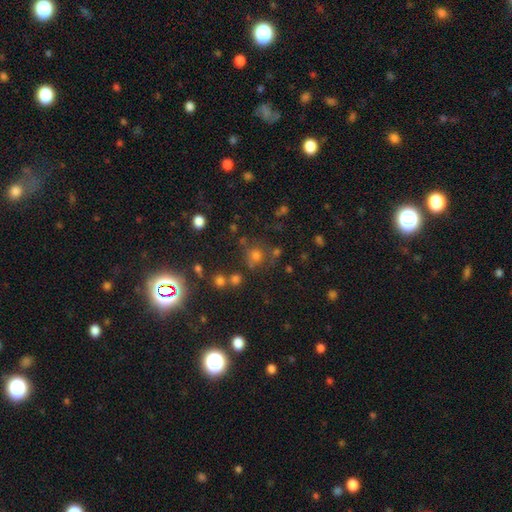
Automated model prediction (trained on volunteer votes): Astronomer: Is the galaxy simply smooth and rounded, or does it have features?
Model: smooth — 53% (runner-up: star or artifact, 37%).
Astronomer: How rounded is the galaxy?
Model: round — 86%.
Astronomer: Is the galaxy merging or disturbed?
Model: none — 68%.